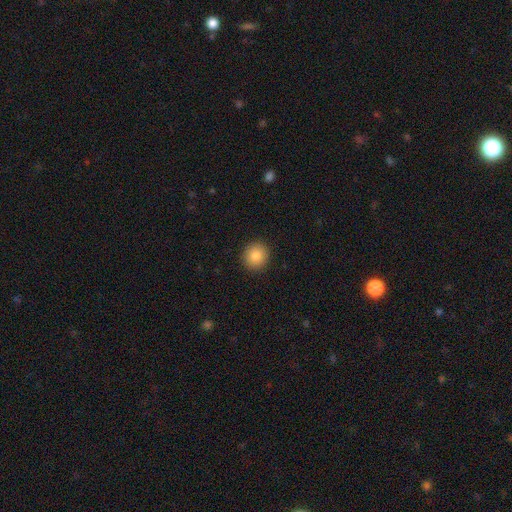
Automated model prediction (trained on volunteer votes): smooth 85%, star or artifact 9%, featured or disk 6%. Down the decision tree: how rounded — round (90%); merging — none (92%).